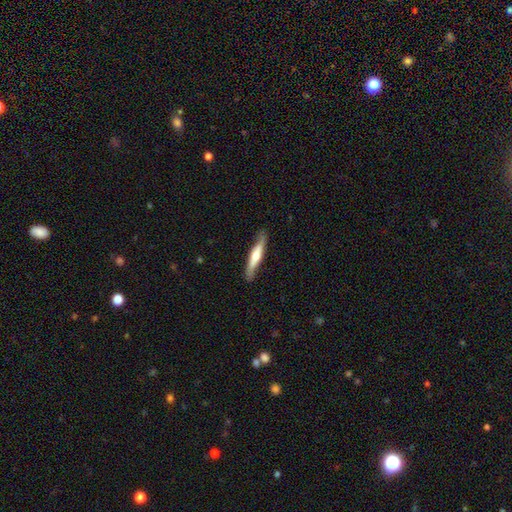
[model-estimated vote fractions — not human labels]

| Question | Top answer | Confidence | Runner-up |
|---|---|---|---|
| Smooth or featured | featured or disk | 50% | smooth (45%) |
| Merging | none | 83% | minor disturbance (13%) |